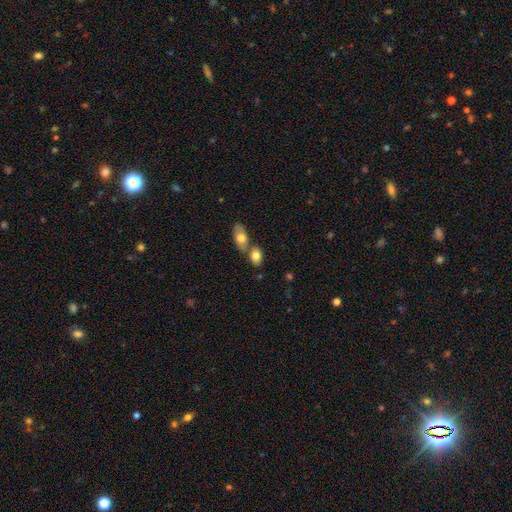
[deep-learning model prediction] smooth 78%, featured or disk 14%, star or artifact 8%. Down the decision tree: how rounded — in between (81%); merging — merger (49%).